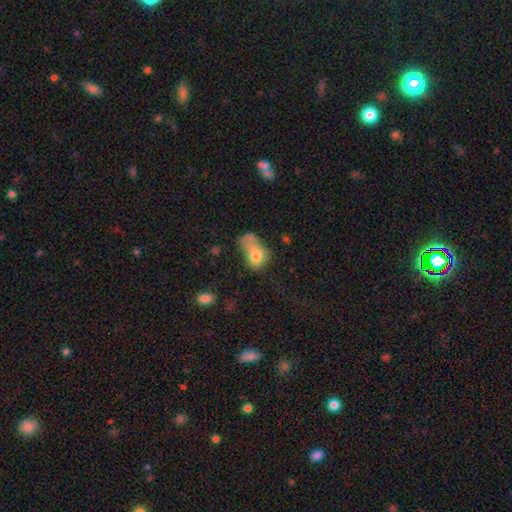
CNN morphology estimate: smooth-or-featured: smooth: 68% | featured or disk: 21% | star or artifact: 10%
  how-rounded: in between: 77% | round: 21% | cigar-shaped: 2%
  merging: major disturbance: 33% | merger: 27% | minor disturbance: 21% | none: 19%